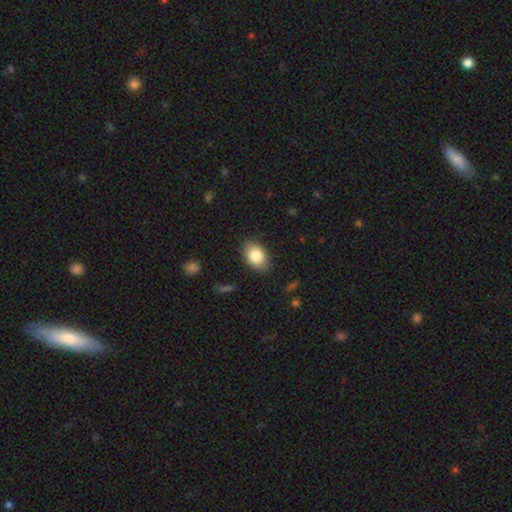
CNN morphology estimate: Q: Smooth or featured?
A: smooth (83%); runner-up: featured or disk (10%)
Q: How rounded?
A: in between (86%); runner-up: round (13%)
Q: Merging?
A: none (83%); runner-up: minor disturbance (13%)